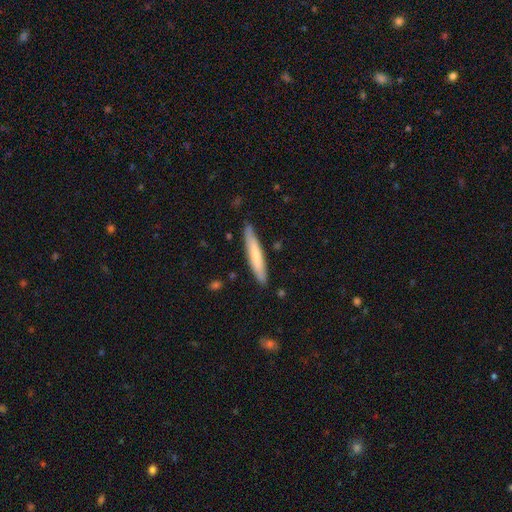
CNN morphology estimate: smooth-or-featured: smooth: 63% | featured or disk: 32% | star or artifact: 5%
  how-rounded: cigar-shaped: 93% | in between: 6% | round: 1%
  merging: none: 86% | minor disturbance: 11% | major disturbance: 2% | merger: 1%